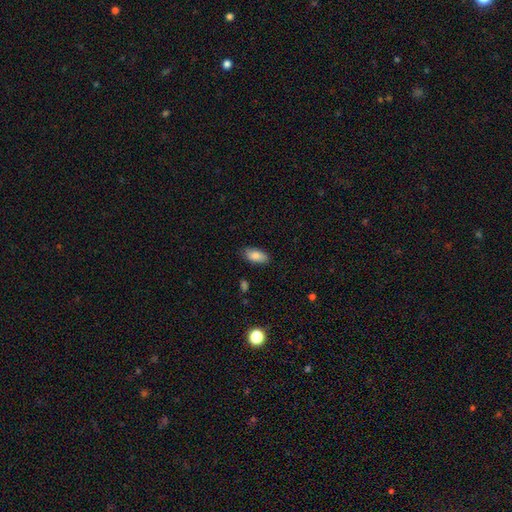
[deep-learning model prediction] smooth_or_featured: smooth (p=0.85) [alt: featured or disk p=0.08]
how_rounded: in between (p=0.90) [alt: cigar-shaped p=0.08]
merging: none (p=0.82) [alt: minor disturbance p=0.14]